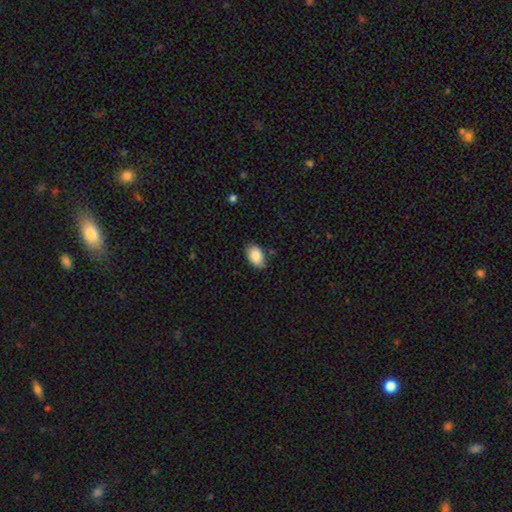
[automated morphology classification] type=smooth (89%); roundness=in between (92%); merging=none (81%).